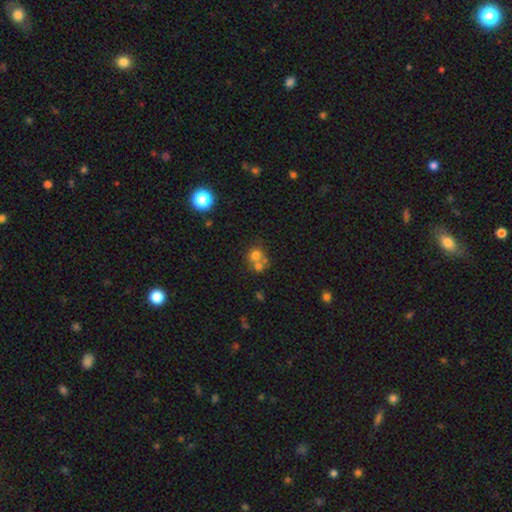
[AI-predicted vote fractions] The model was most divided on "merging": merger: 50%, none: 39%, minor disturbance: 7%, major disturbance: 4%. More confident: how rounded — round (80%); smooth or featured — smooth (66%).